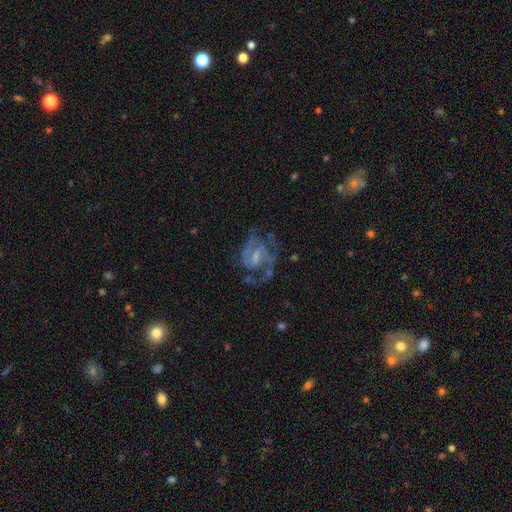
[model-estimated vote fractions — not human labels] Overall: featured or disk (78%). Edge-on disk: no (97%). Bar: weak (51%; no 30%). Spiral arms: yes (84%). Spiral arm count: 2 (55%; can't tell 19%). Spiral winding: medium (50%; loose 25%). Bulge size: small (38%; none 29%). Merging: none (44%; major disturbance 33%).